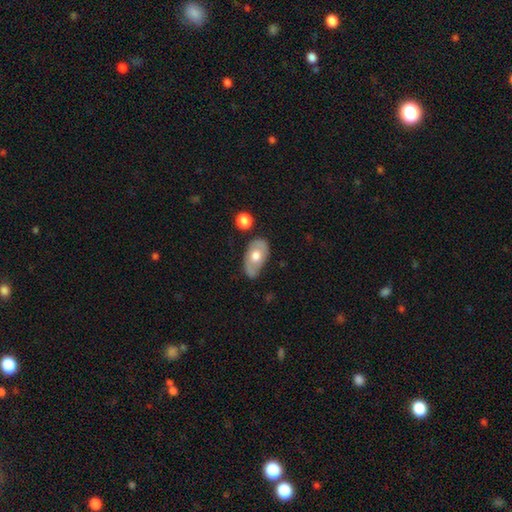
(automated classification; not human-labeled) Smooth or featured? smooth (53%)
How rounded? in between (91%)
Merging? none (66%)